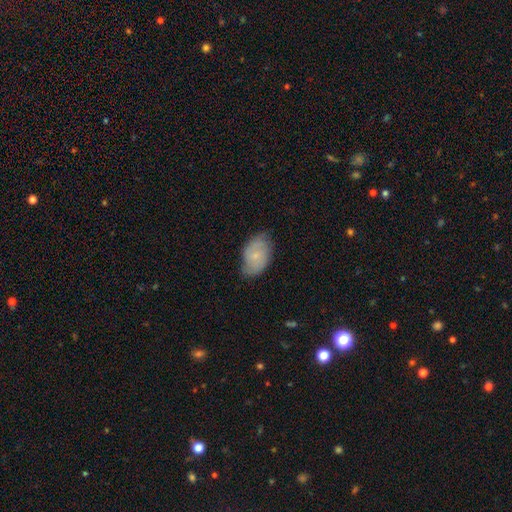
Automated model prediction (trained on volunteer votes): The model was most divided on "smooth or featured": smooth: 60%, featured or disk: 34%, star or artifact: 7%. More confident: how rounded — in between (91%); merging — none (71%).